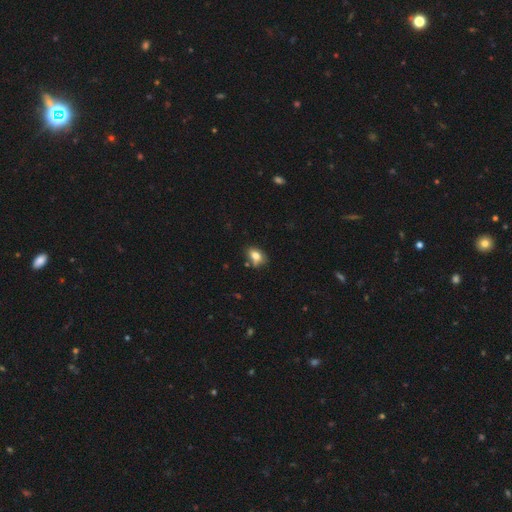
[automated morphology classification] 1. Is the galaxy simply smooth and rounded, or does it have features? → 77% smooth, 13% featured or disk, 10% star or artifact.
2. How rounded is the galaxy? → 74% in between, 24% round, 2% cigar-shaped.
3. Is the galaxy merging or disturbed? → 59% none, 25% minor disturbance, 10% merger, 6% major disturbance.